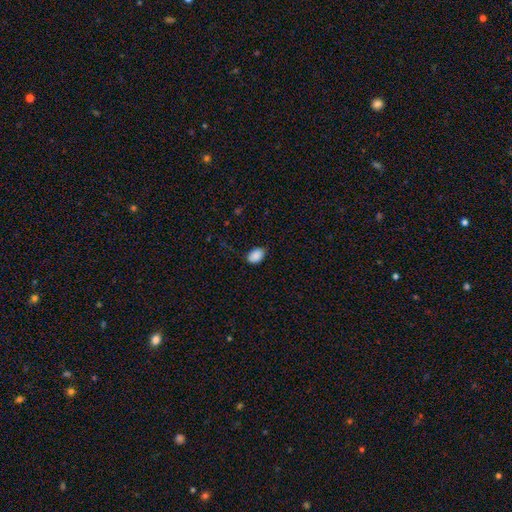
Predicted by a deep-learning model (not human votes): This is clearly a smooth galaxy (89%). How rounded: clearly in between (85%). Merging: likely none (77%).